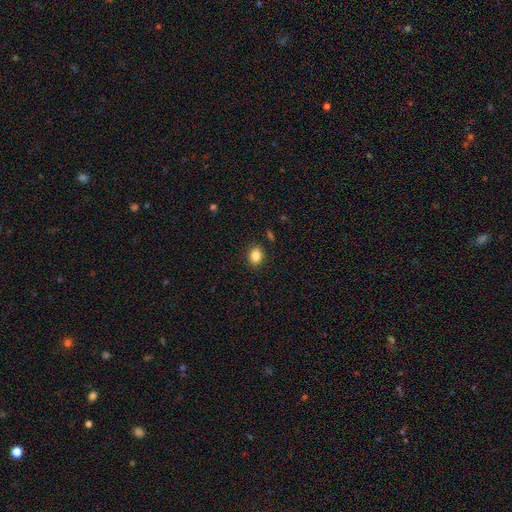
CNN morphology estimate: Smooth or featured? smooth (85%)
How rounded? in between (57%)
Merging? none (88%)